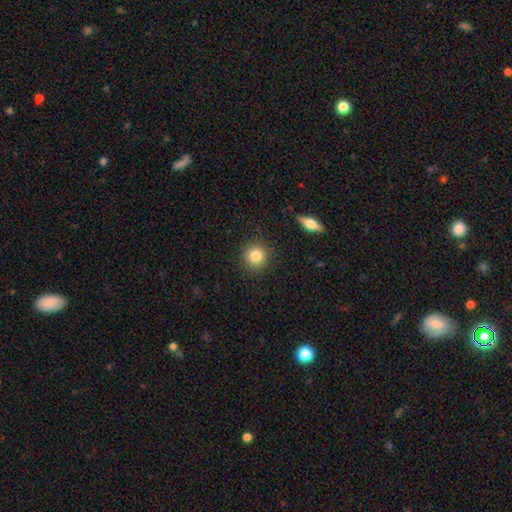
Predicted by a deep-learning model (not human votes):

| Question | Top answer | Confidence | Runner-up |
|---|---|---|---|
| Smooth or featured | smooth | 83% | star or artifact (10%) |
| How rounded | round | 93% | in between (6%) |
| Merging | none | 90% | minor disturbance (6%) |